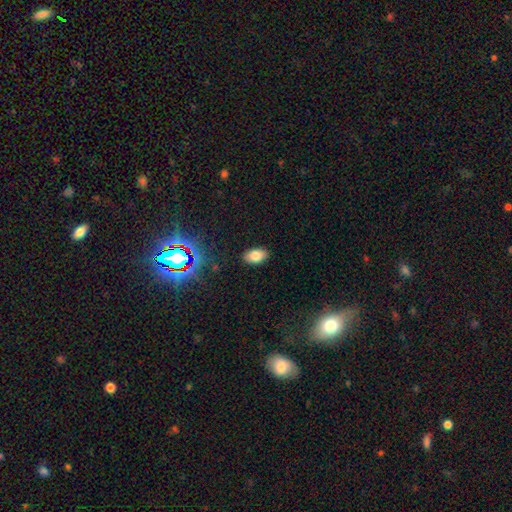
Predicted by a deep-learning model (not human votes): Smooth or featured: smooth — 79% (star or artifact — 12%)
How rounded: in between — 91% (round — 7%)
Merging: none — 87% (minor disturbance — 9%)